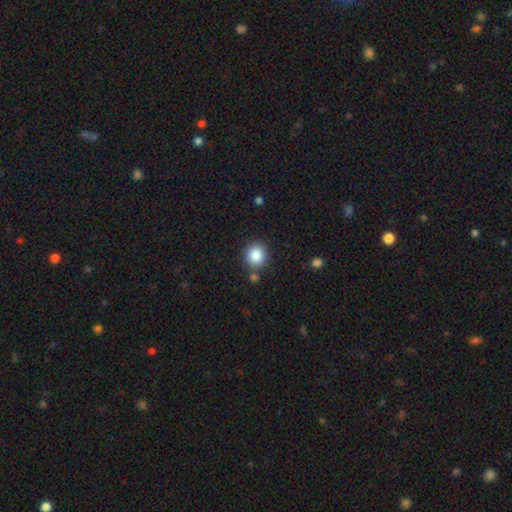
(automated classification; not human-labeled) A smooth galaxy with no disk features (85%) that is round (87%). Merging: none (82%).